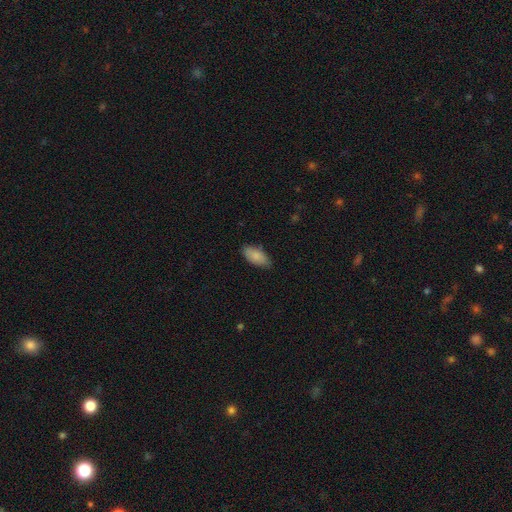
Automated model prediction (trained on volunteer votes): Overall: smooth (86%). How rounded: in between (91%). Merging: none (80%).